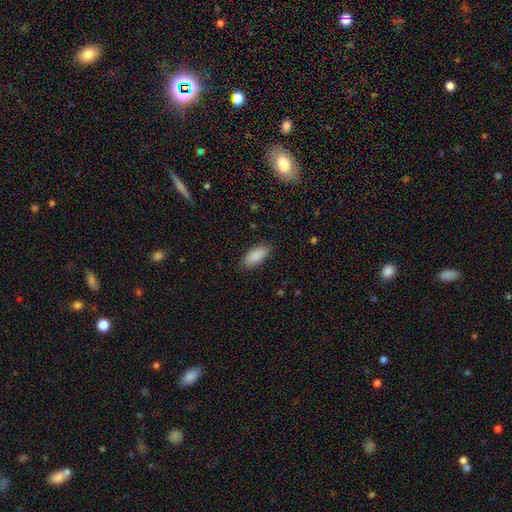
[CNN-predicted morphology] This appears to be a smooth galaxy with no disk features (90%) that is in between round and cigar-shaped (88%). Merging: none (87%).